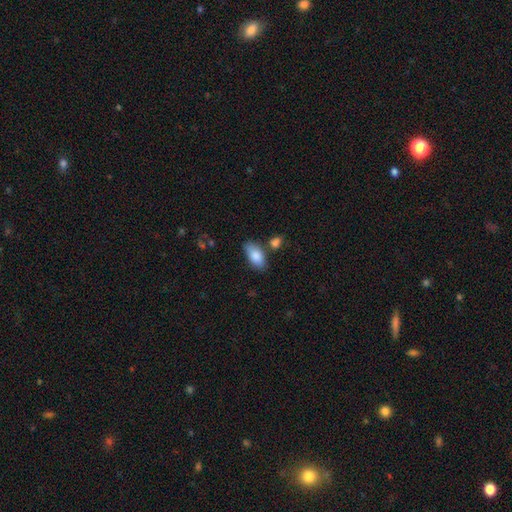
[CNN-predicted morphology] Smooth or featured? smooth (86%)
How rounded? in between (92%)
Merging? none (71%)